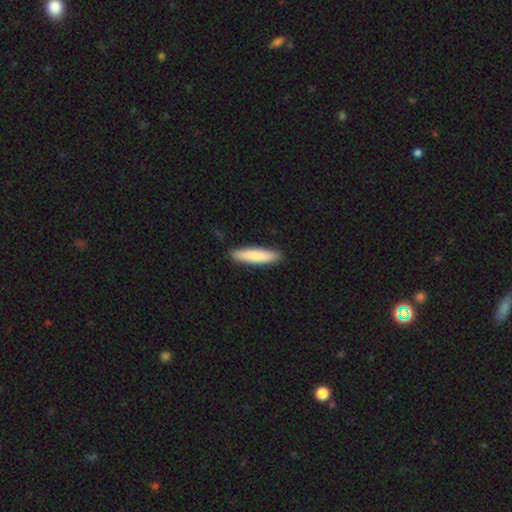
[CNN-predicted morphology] This appears to be a smooth galaxy with no disk features (84%) that is cigar-shaped (81%). Merging: none (90%).